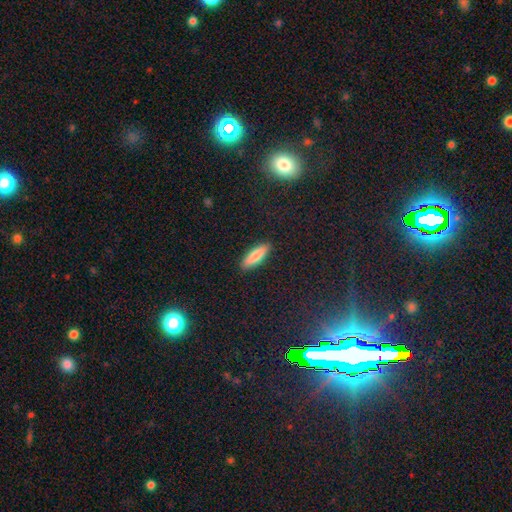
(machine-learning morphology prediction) This appears to be a smooth galaxy with no disk features (80%) that is cigar-shaped (63%). Merging: none (90%).